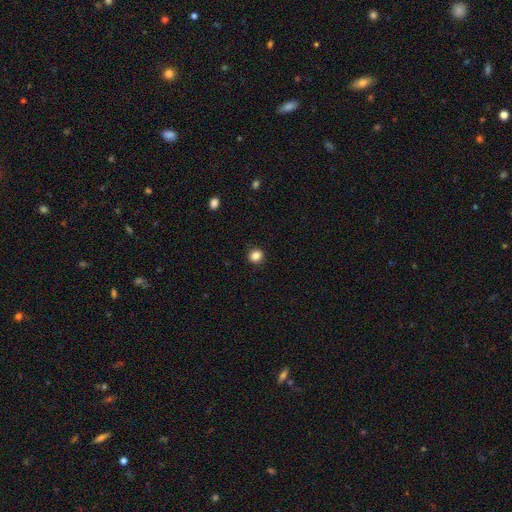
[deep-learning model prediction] Smooth or featured? smooth (86%)
How rounded? round (83%)
Merging? none (90%)